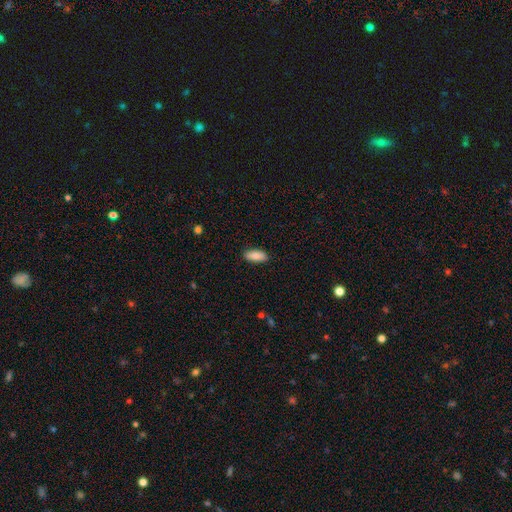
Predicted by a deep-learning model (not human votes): A smooth galaxy with no disk features (86%) that is in between round and cigar-shaped (83%).

Vote fractions:
- Smooth or featured? smooth: 86% / featured or disk: 8% / star or artifact: 6%
- How rounded? in between: 83% / cigar-shaped: 14% / round: 2%
- Merging? none: 89% / minor disturbance: 9% / major disturbance: 2% / merger: 1%